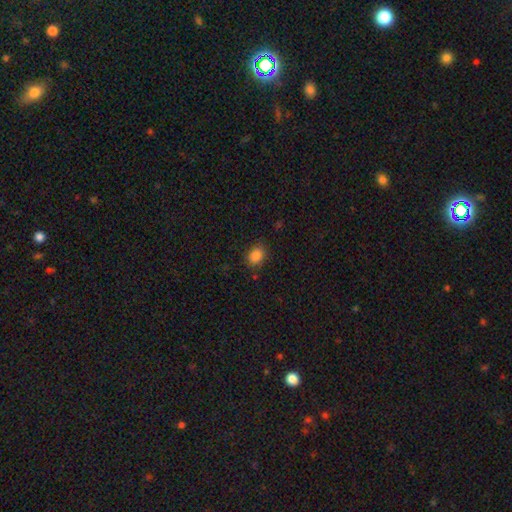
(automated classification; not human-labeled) smooth 85%, star or artifact 10%, featured or disk 5%. Down the decision tree: how rounded — in between (62%); merging — none (83%).